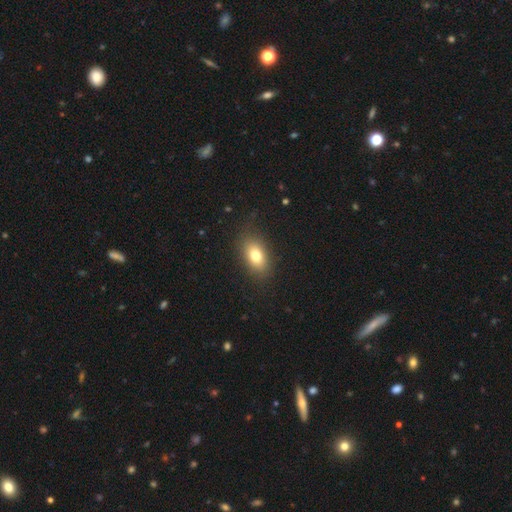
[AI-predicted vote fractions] smooth_or_featured: smooth (p=0.77) [alt: featured or disk p=0.13]
how_rounded: in between (p=0.84) [alt: round p=0.13]
merging: none (p=0.84) [alt: minor disturbance p=0.11]